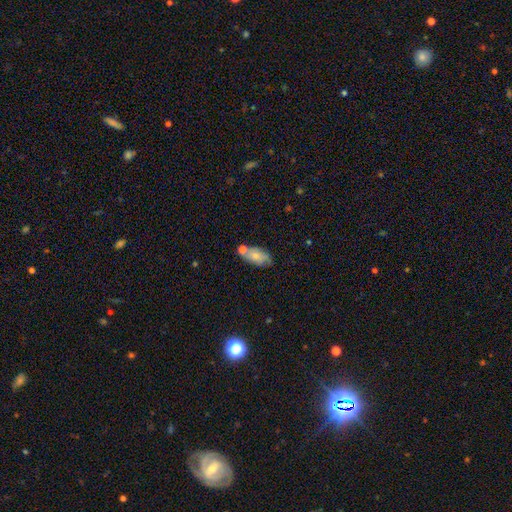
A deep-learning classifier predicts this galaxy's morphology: A smooth galaxy with no disk features (74%) that is in between round and cigar-shaped (90%).

Vote fractions:
- Smooth or featured? smooth: 74% / featured or disk: 19% / star or artifact: 7%
- How rounded? in between: 90% / cigar-shaped: 6% / round: 4%
- Merging? none: 56% / merger: 20% / minor disturbance: 19% / major disturbance: 5%